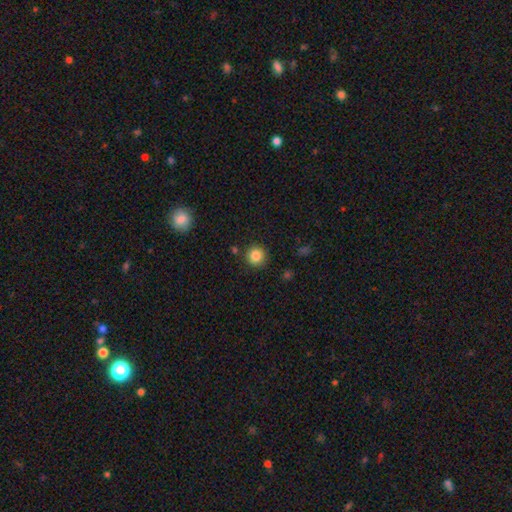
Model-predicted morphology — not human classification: A smooth galaxy with no disk features (85%) that is round (94%).

Vote fractions:
- Smooth or featured? smooth: 85% / star or artifact: 10% / featured or disk: 5%
- How rounded? round: 94% / in between: 5% / cigar-shaped: 1%
- Merging? none: 89% / minor disturbance: 7% / merger: 2% / major disturbance: 2%